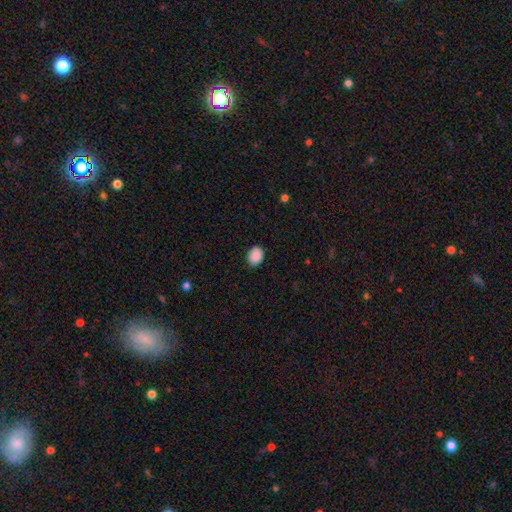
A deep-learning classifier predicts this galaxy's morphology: Smooth or featured?
  - smooth: 90% *
  - star or artifact: 8%
  - featured or disk: 2%
How rounded?
  - in between: 61% *
  - round: 38%
  - cigar-shaped: 1%
Merging?
  - none: 87% *
  - minor disturbance: 10%
  - major disturbance: 2%
  - merger: 1%